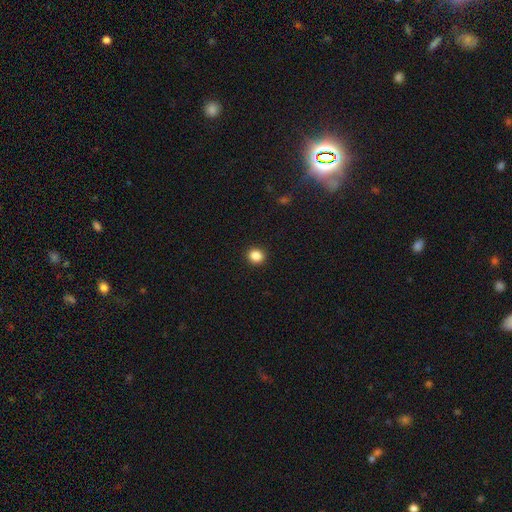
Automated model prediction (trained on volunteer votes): Smooth or featured? smooth (86%)
How rounded? round (81%)
Merging? none (92%)